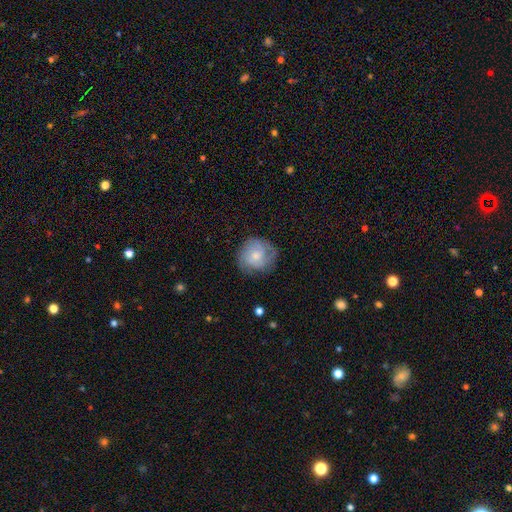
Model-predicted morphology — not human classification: Q: Smooth or featured?
A: featured or disk (54%); runner-up: smooth (39%)
Q: Edge-on disk?
A: no (98%); runner-up: yes (2%)
Q: Bar?
A: no (76%); runner-up: weak (21%)
Q: Spiral arms?
A: yes (82%); runner-up: no (18%)
Q: Bulge size?
A: small (52%); runner-up: moderate (41%)
Q: Merging?
A: none (69%); runner-up: minor disturbance (21%)